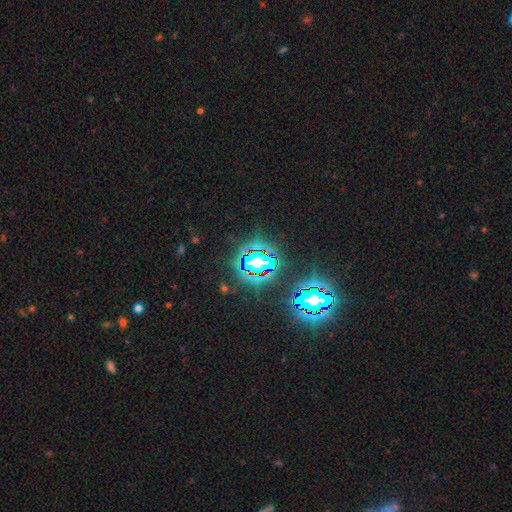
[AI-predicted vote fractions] Overall: star or artifact (73%).